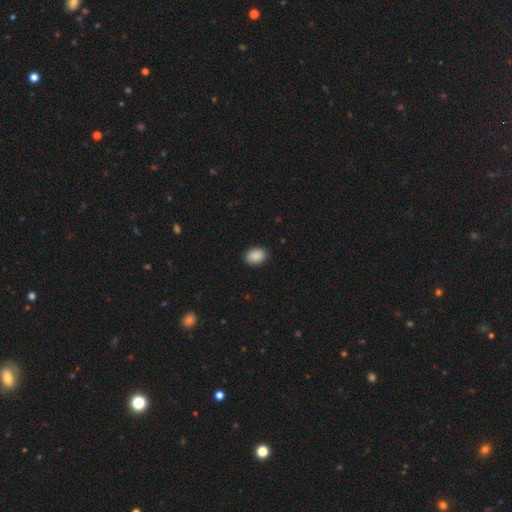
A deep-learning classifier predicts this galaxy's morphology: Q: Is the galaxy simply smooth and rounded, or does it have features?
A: smooth — 90%.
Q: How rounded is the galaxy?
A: in between — 69%.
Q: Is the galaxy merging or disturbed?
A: none — 90%.